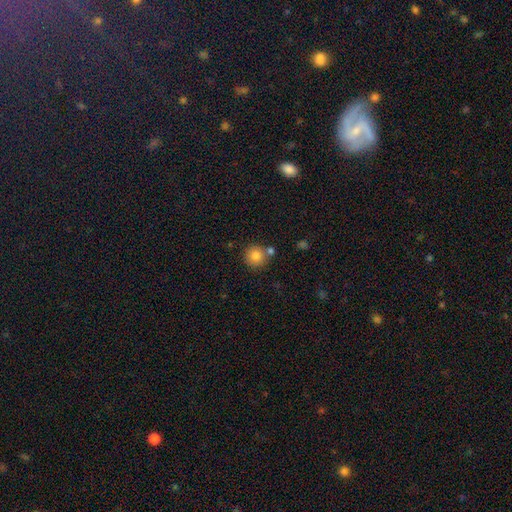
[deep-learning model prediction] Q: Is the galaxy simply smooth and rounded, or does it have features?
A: smooth — 83%.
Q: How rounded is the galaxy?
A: round — 94%.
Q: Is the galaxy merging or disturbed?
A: none — 74%.